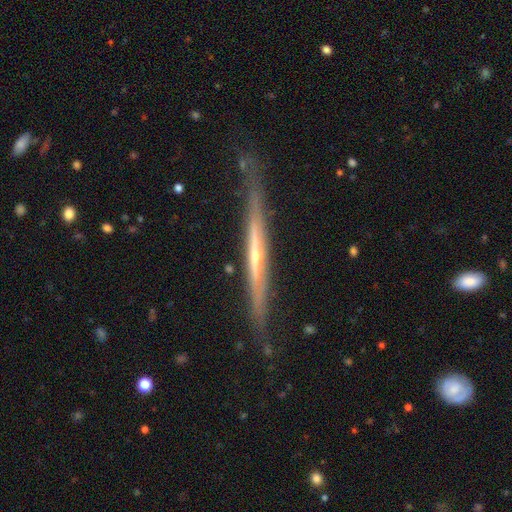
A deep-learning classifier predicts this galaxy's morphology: Smooth or featured? featured or disk (78%)
Edge-on disk? yes (96%)
Edge-on bulge? rounded (50%)
Merging? none (79%)